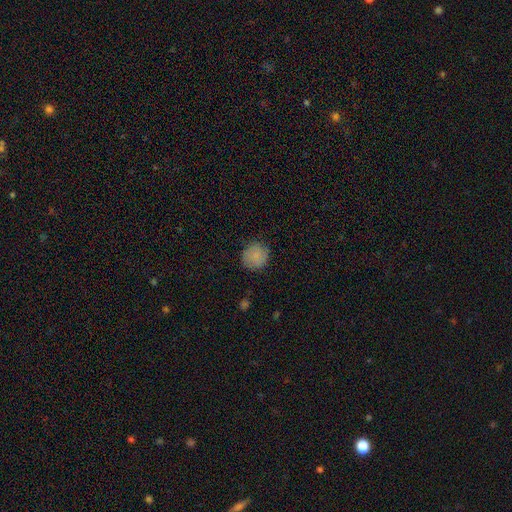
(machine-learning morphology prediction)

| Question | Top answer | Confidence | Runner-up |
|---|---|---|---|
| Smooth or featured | smooth | 82% | featured or disk (10%) |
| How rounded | round | 90% | in between (9%) |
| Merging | none | 83% | minor disturbance (13%) |